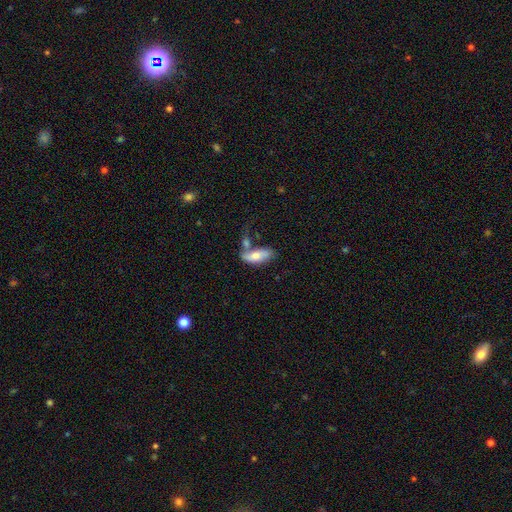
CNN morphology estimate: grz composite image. It shows a smooth galaxy with no disk features (66%) that is in between round and cigar-shaped (78%). Merging: none (40%).